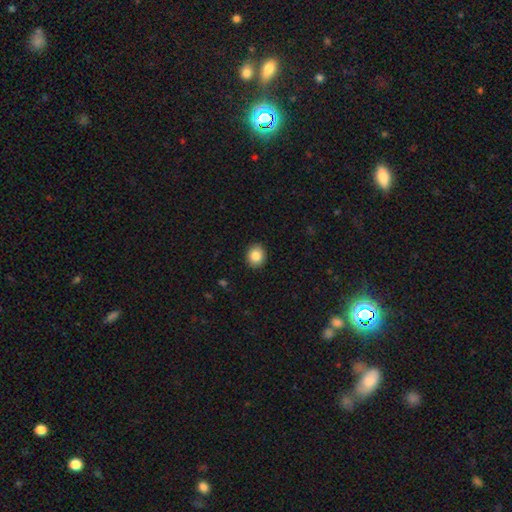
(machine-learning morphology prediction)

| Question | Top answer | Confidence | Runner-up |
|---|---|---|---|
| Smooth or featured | smooth | 85% | star or artifact (9%) |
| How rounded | round | 65% | in between (34%) |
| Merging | none | 91% | minor disturbance (7%) |